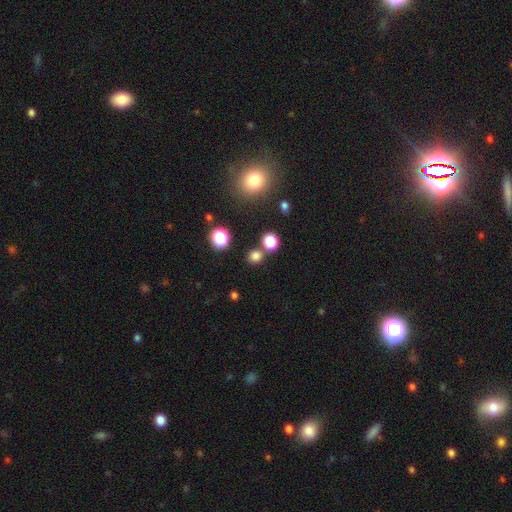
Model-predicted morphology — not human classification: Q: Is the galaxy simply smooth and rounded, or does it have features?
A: smooth — 75%.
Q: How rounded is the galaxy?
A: round — 83%.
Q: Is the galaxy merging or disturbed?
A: none — 74%.